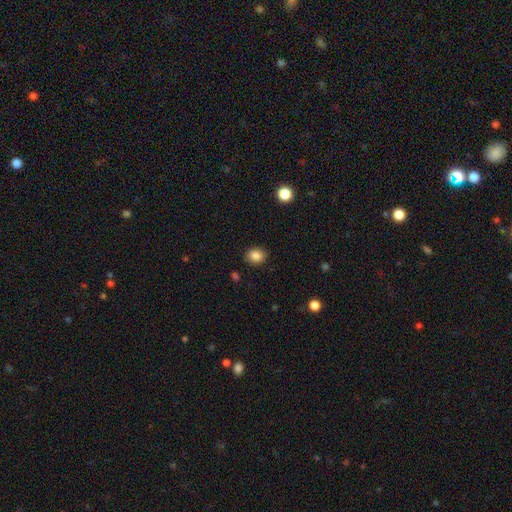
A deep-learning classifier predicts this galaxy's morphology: smooth_or_featured: smooth (p=0.85) [alt: star or artifact p=0.10]
how_rounded: round (p=0.58) [alt: in between p=0.41]
merging: none (p=0.89) [alt: minor disturbance p=0.08]